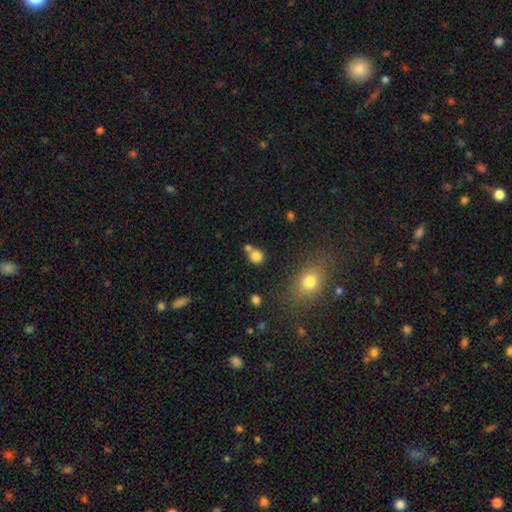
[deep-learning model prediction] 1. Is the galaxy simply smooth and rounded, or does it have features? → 81% smooth, 12% star or artifact, 7% featured or disk.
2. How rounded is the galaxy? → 81% round, 18% in between, 1% cigar-shaped.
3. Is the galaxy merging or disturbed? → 55% none, 31% merger, 10% minor disturbance, 4% major disturbance.